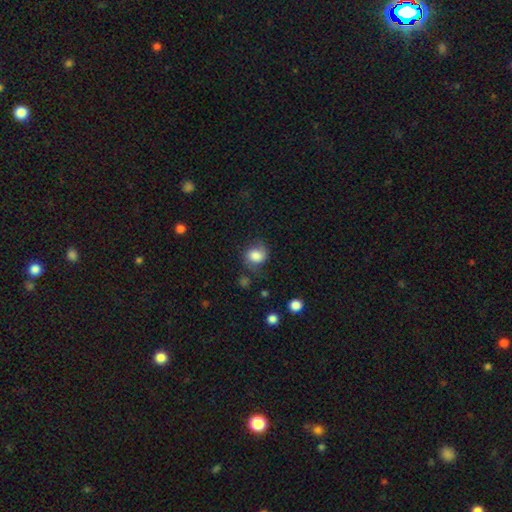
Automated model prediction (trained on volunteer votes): Smooth or featured? Predicted: smooth (p=0.69). How rounded? Predicted: round (p=0.61). Merging? Predicted: none (p=0.60).